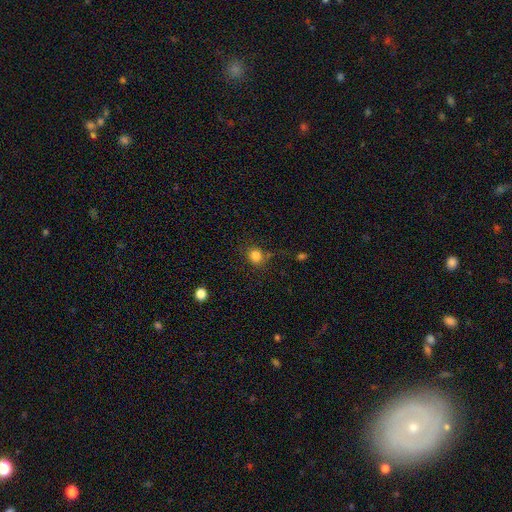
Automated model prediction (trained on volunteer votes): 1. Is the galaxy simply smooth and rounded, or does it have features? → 83% smooth, 12% star or artifact, 5% featured or disk.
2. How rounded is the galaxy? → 81% round, 18% in between, 1% cigar-shaped.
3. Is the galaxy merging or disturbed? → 78% none, 12% minor disturbance, 5% merger, 5% major disturbance.